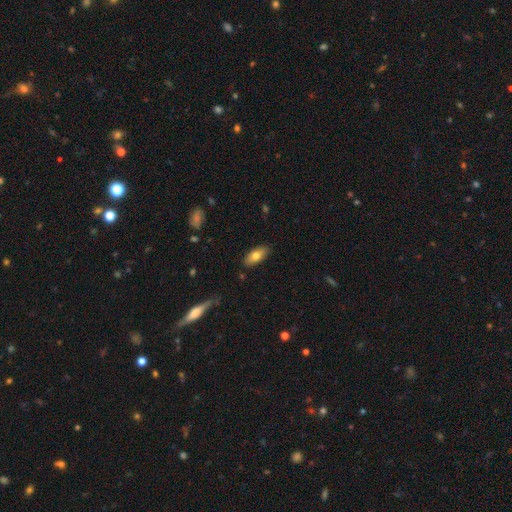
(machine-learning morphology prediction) smooth 74%, featured or disk 19%, star or artifact 7%. Down the decision tree: how rounded — in between (83%); merging — none (86%).